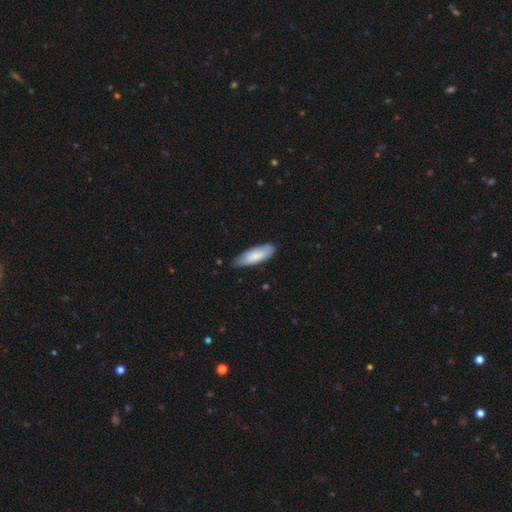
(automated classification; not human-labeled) This is likely a smooth galaxy (79%). How rounded: possibly in between (59%). Merging: likely none (76%).